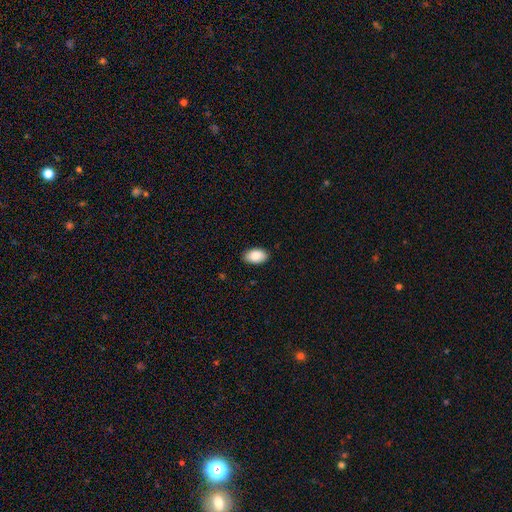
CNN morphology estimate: smooth 88%, star or artifact 7%, featured or disk 5%. Down the decision tree: how rounded — in between (93%); merging — none (87%).